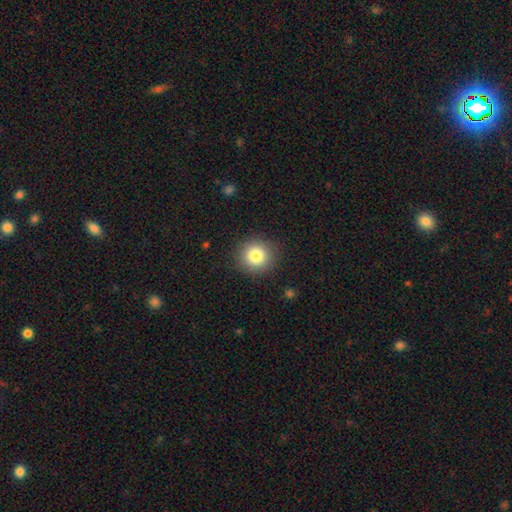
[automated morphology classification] The model was most divided on "smooth or featured": smooth: 82%, star or artifact: 11%, featured or disk: 7%. More confident: how rounded — round (92%); merging — none (90%).